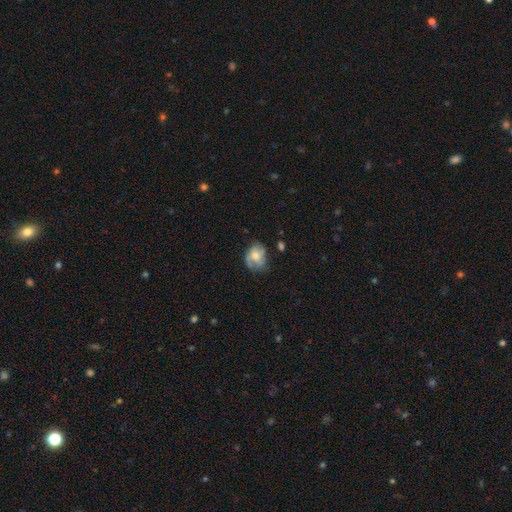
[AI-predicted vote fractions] This appears to be a smooth galaxy with no disk features (55%) that is in between round and cigar-shaped (53%). Merging: none (49%).